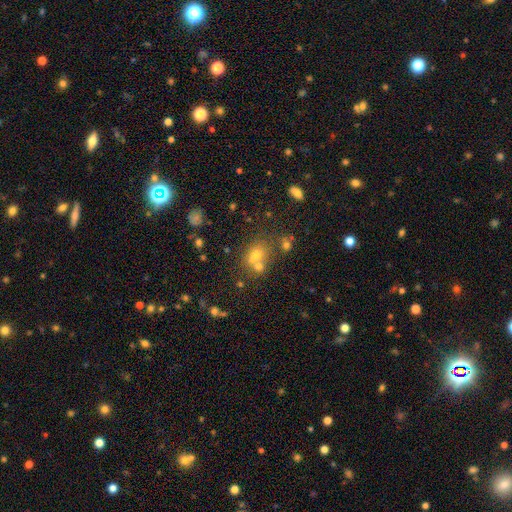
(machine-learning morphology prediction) This is possibly a smooth galaxy (58%). How rounded: likely round (62%). Merging: marginally none (45%).